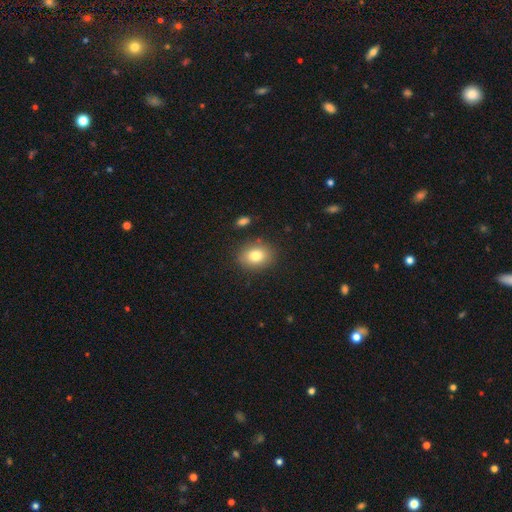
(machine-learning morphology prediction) This appears to be a smooth galaxy with no disk features (81%) that is in between round and cigar-shaped (63%). Merging: none (85%).